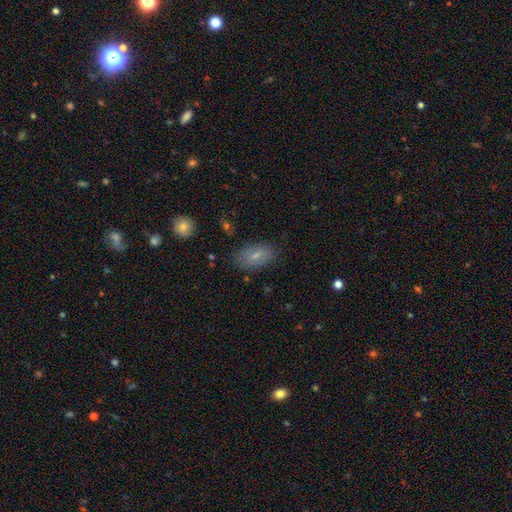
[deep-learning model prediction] This appears to be a smooth galaxy with no disk features (70%) that is in between round and cigar-shaped (92%). Merging: none (81%).